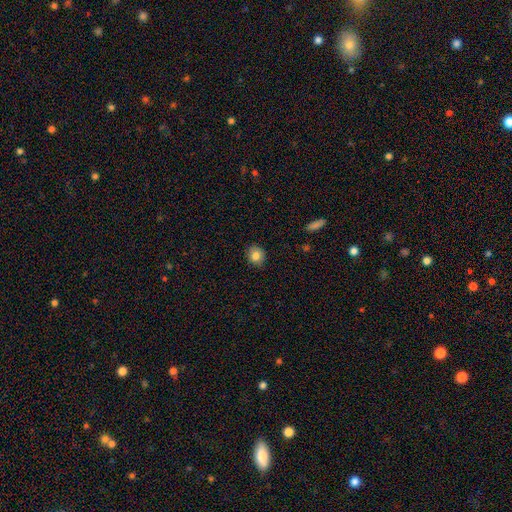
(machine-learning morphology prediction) A smooth galaxy with no disk features (82%) that is round (77%).

Vote fractions:
- Smooth or featured? smooth: 82% / star or artifact: 9% / featured or disk: 9%
- How rounded? round: 77% / in between: 22% / cigar-shaped: 1%
- Merging? none: 87% / minor disturbance: 10% / major disturbance: 2% / merger: 1%